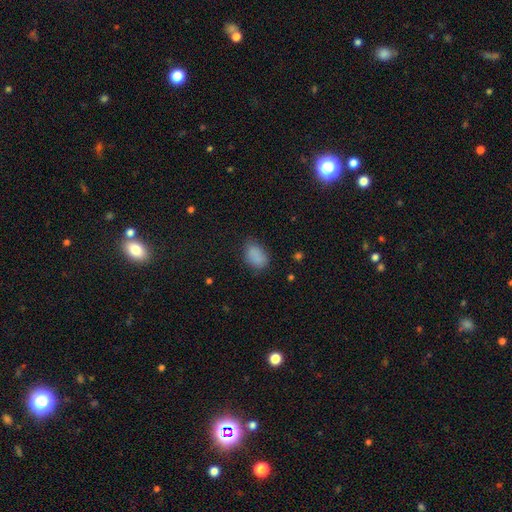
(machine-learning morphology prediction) A smooth galaxy with no disk features (85%) that is in between round and cigar-shaped (86%).

Vote fractions:
- Smooth or featured? smooth: 85% / star or artifact: 9% / featured or disk: 5%
- How rounded? in between: 86% / round: 13% / cigar-shaped: 1%
- Merging? none: 69% / minor disturbance: 23% / major disturbance: 6% / merger: 2%